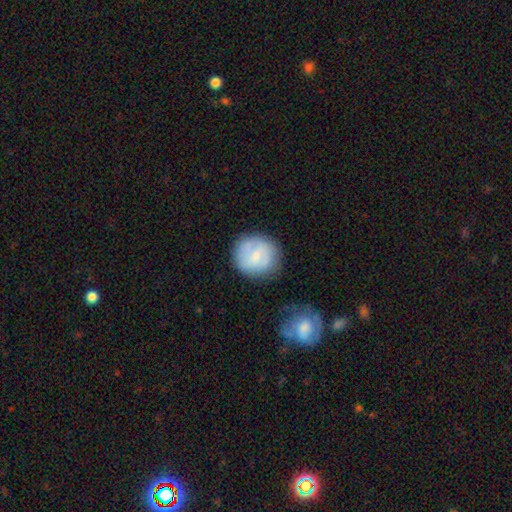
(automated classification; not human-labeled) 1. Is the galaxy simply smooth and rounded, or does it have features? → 61% smooth, 32% featured or disk, 7% star or artifact.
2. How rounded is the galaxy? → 88% round, 11% in between, 1% cigar-shaped.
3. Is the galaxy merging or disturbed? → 73% none, 17% minor disturbance, 6% major disturbance, 3% merger.